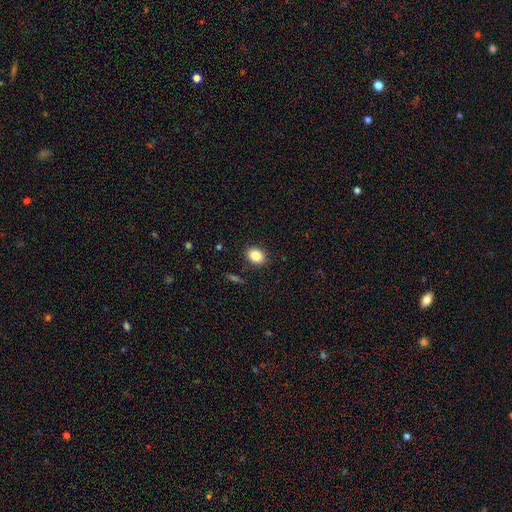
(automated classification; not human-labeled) The model was most divided on "how rounded": in between: 55%, round: 44%, cigar-shaped: 1%. More confident: merging — none (89%); smooth or featured — smooth (84%).